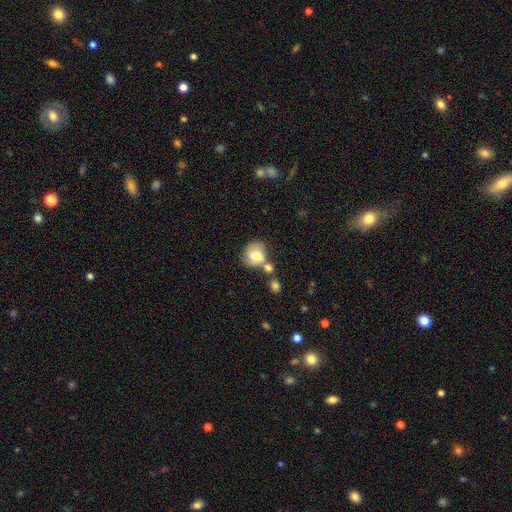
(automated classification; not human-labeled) This appears to be a smooth galaxy with no disk features (74%) that is round (79%). Merging: none (49%).